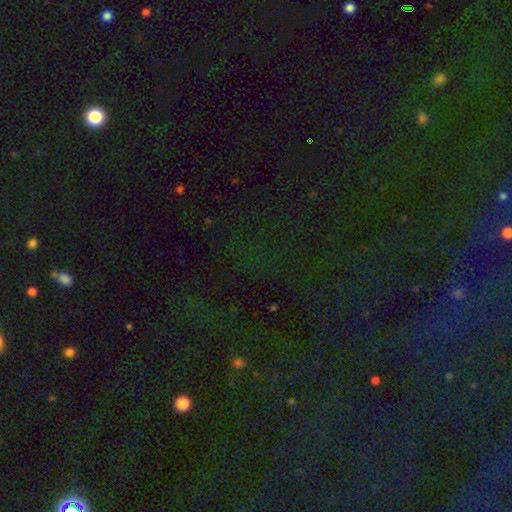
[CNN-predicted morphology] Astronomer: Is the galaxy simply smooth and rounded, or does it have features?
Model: star or artifact — 77%.